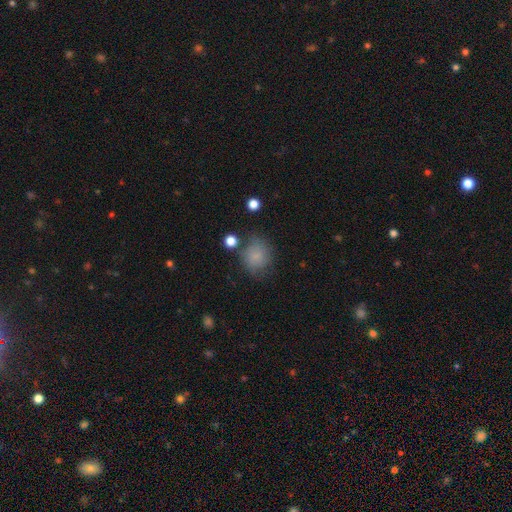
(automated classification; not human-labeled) Smooth or featured: smooth — 78% (featured or disk — 11%)
How rounded: round — 76% (in between — 23%)
Merging: none — 64% (minor disturbance — 21%)